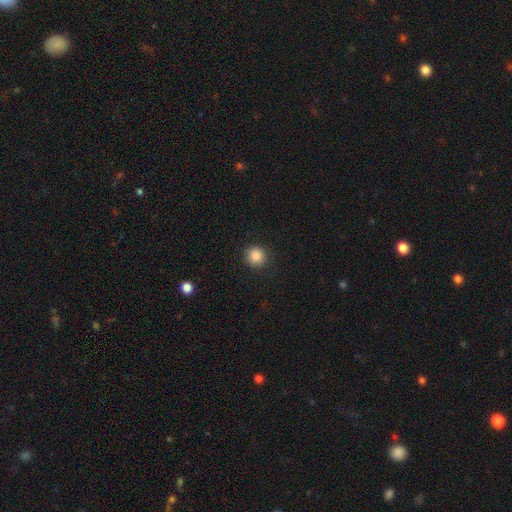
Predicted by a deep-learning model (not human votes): Morphology: type=smooth (87%); roundness=round (92%); merging=none (90%).